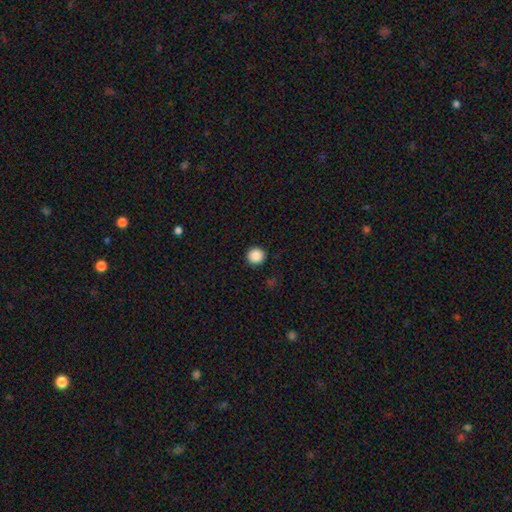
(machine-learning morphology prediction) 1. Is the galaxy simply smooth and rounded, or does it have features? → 88% smooth, 9% star or artifact, 3% featured or disk.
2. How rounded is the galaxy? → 96% round, 3% in between, 1% cigar-shaped.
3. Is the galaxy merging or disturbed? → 93% none, 4% minor disturbance, 2% major disturbance, 1% merger.